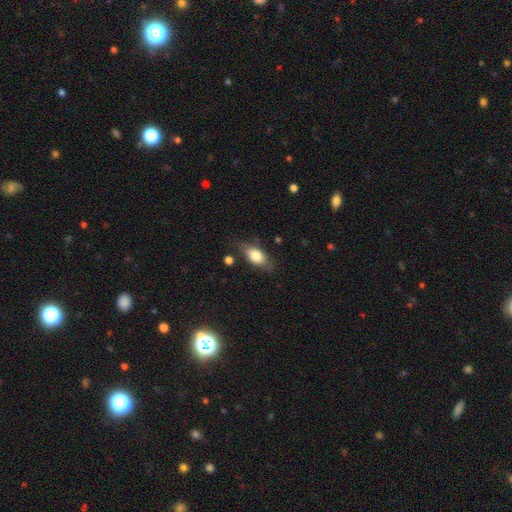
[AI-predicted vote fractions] Overall: smooth (74%). How rounded: in between (83%). Merging: none (72%).